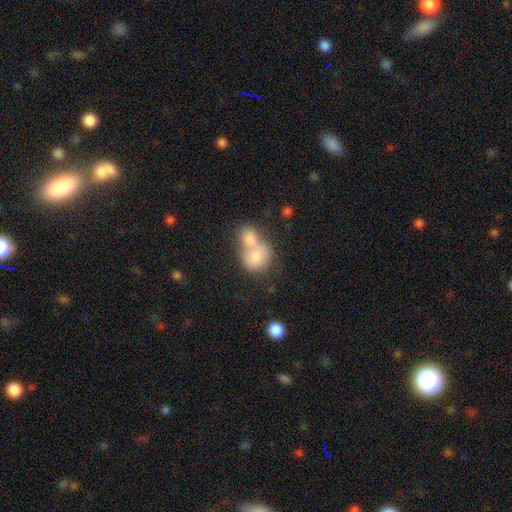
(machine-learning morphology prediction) This appears to be a smooth galaxy with no disk features (76%) that is round (61%). Merging: merger (72%).